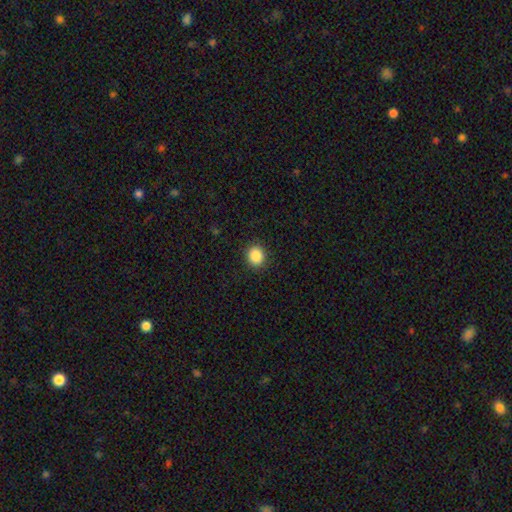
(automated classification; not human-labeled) Smooth or featured? Predicted: smooth (p=0.88). How rounded? Predicted: round (p=0.80). Merging? Predicted: none (p=0.90).